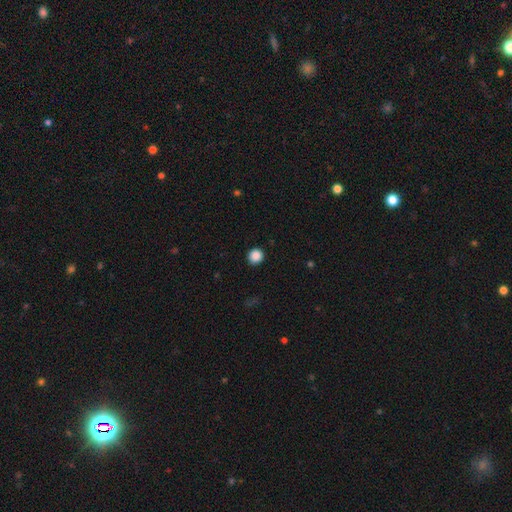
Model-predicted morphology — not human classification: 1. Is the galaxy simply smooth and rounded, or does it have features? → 88% smooth, 10% star or artifact, 3% featured or disk.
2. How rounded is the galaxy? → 93% round, 6% in between, 1% cigar-shaped.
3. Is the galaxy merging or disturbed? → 92% none, 5% minor disturbance, 2% major disturbance, 1% merger.